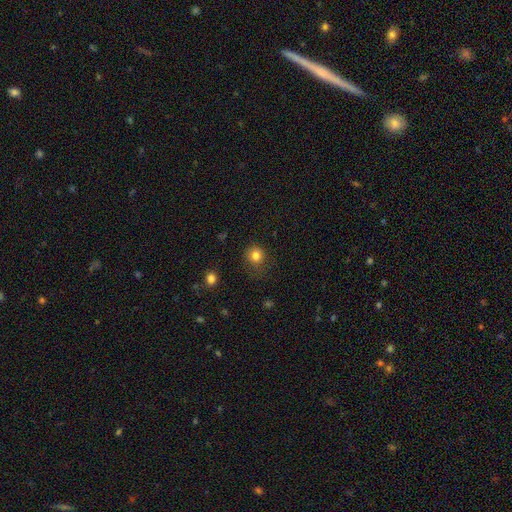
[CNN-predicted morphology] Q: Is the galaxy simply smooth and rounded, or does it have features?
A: smooth — 82%.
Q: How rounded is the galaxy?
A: round — 87%.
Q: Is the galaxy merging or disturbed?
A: none — 72%.